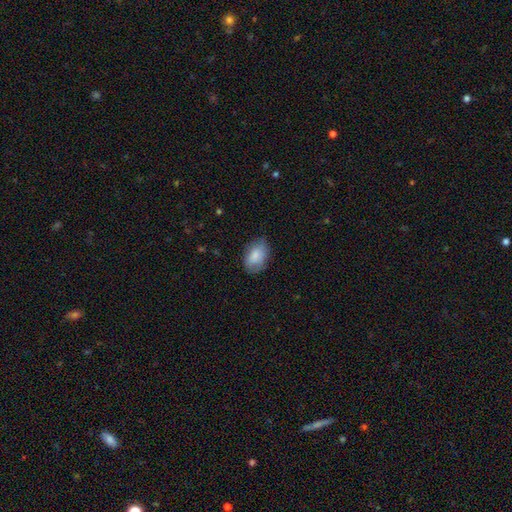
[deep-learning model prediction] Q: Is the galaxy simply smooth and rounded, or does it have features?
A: smooth — 81%.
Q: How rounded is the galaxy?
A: in between — 89%.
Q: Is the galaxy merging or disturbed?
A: none — 73%.